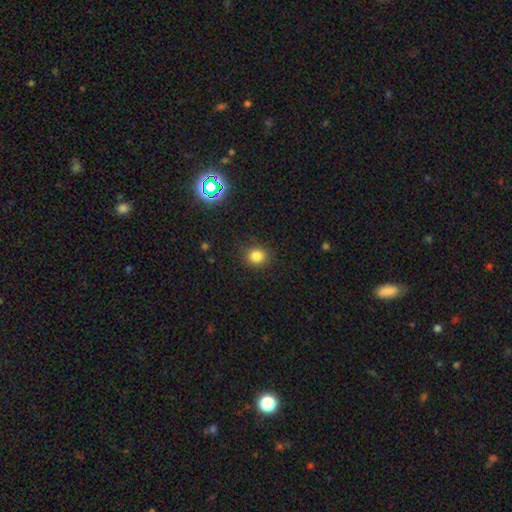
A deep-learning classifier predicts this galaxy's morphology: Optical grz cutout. It shows a smooth galaxy with no disk features (82%) that is round (80%). Merging: none (87%).